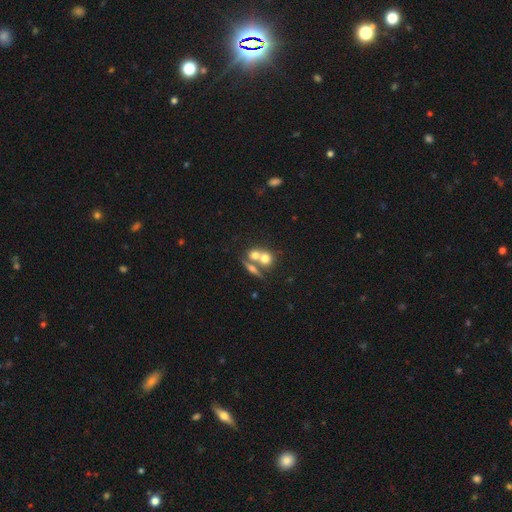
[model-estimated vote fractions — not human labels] A smooth galaxy with no disk features (64%) that is round (61%).

Vote fractions:
- Smooth or featured? smooth: 64% / featured or disk: 25% / star or artifact: 11%
- How rounded? round: 61% / in between: 35% / cigar-shaped: 4%
- Merging? merger: 58% / none: 31% / minor disturbance: 7% / major disturbance: 4%